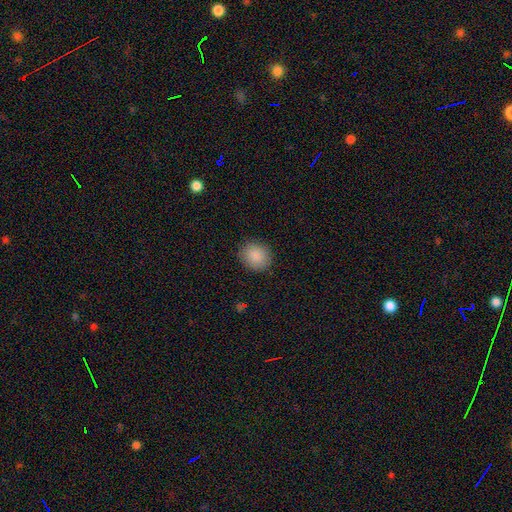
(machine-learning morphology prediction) Overall: smooth (88%). How rounded: round (69%; in between 30%). Merging: none (88%).